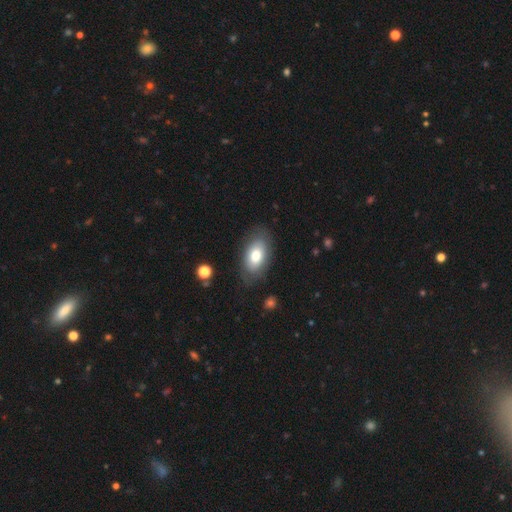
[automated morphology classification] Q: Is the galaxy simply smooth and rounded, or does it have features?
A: smooth — 74%.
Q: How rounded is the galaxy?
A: in between — 93%.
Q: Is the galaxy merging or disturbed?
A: none — 81%.